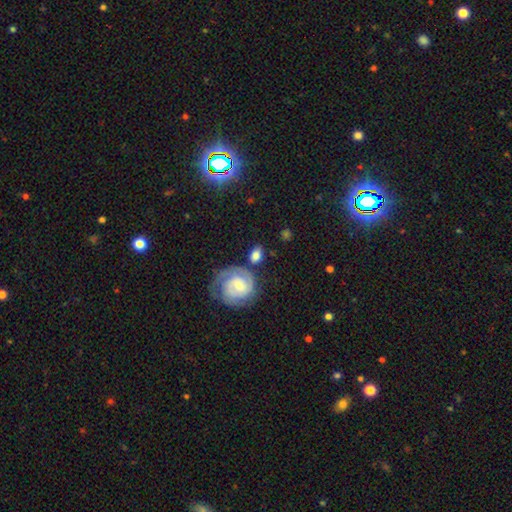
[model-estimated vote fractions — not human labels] Q: Smooth or featured?
A: smooth (60%); runner-up: featured or disk (32%)
Q: How rounded?
A: in between (55%); runner-up: round (42%)
Q: Merging?
A: none (62%); runner-up: minor disturbance (17%)